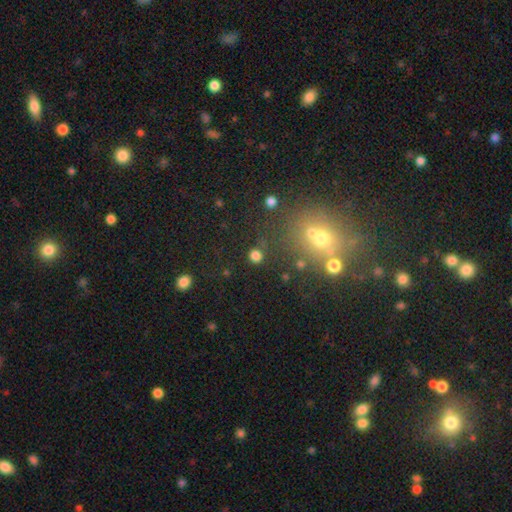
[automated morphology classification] The model was most divided on "smooth or featured": smooth: 77%, star or artifact: 18%, featured or disk: 5%. More confident: how rounded — round (89%); merging — none (82%).